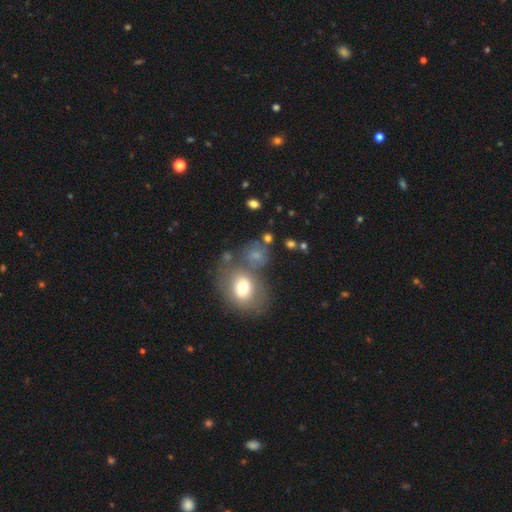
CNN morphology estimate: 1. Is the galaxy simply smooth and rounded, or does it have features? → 65% smooth, 21% featured or disk, 14% star or artifact.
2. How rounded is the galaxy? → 62% round, 36% in between, 2% cigar-shaped.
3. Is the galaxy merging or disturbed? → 46% none, 28% merger, 16% minor disturbance, 11% major disturbance.